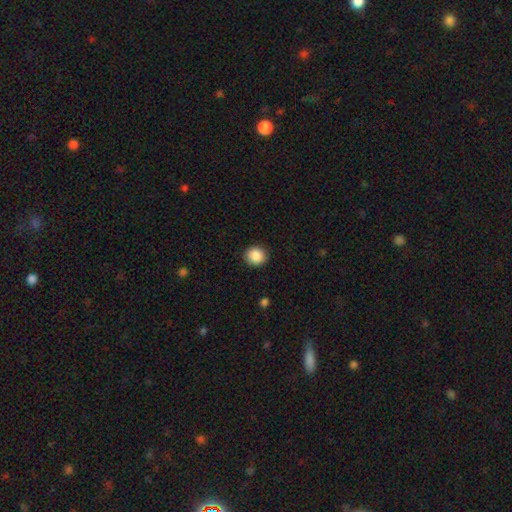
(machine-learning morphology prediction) This appears to be a smooth galaxy with no disk features (89%) that is round (86%). Merging: none (91%).